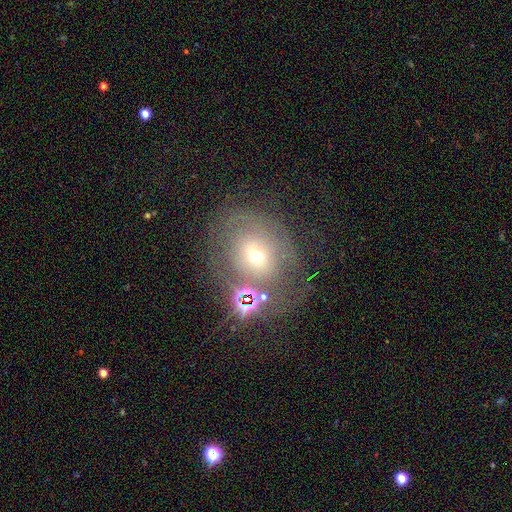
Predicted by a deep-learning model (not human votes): Smooth or featured?
  - smooth: 41% *
  - featured or disk: 37%
  - star or artifact: 22%
Merging?
  - none: 52% *
  - major disturbance: 19%
  - minor disturbance: 19%
  - merger: 9%